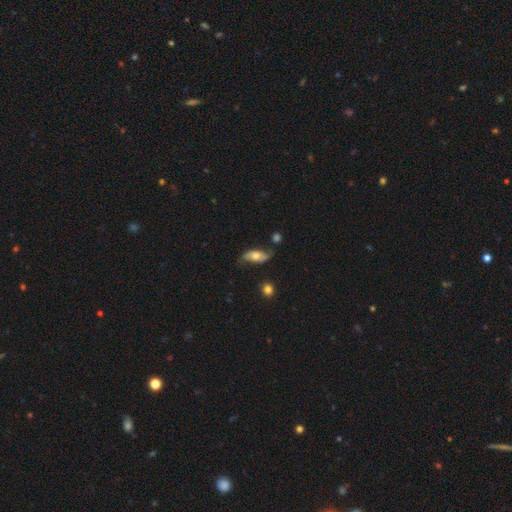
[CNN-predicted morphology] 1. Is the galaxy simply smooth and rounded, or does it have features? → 52% featured or disk, 41% smooth, 7% star or artifact.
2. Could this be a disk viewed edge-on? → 82% no, 18% yes.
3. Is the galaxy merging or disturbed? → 62% none, 26% minor disturbance, 9% major disturbance, 3% merger.